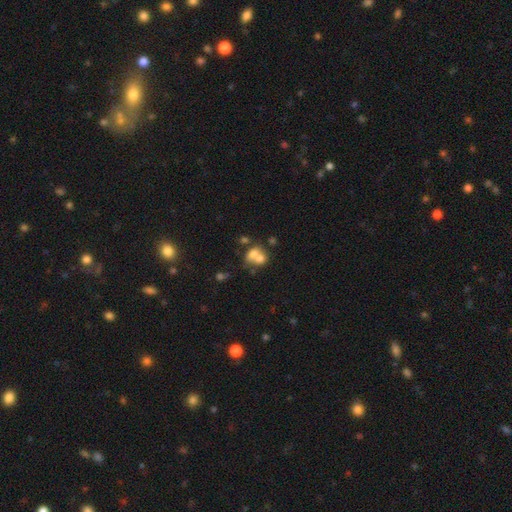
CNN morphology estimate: smooth 64%, featured or disk 24%, star or artifact 12%. Down the decision tree: how rounded — round (50%); merging — merger (65%).